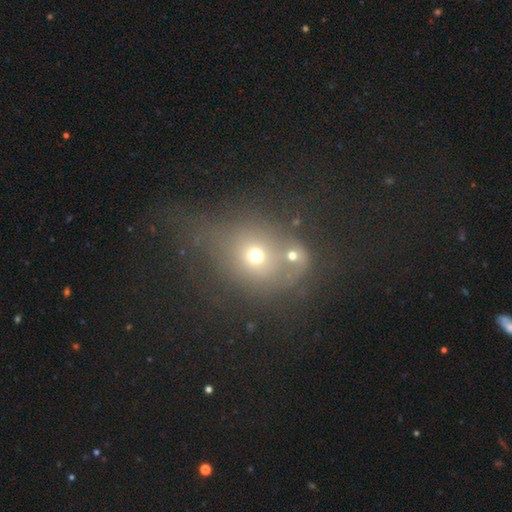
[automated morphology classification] Smooth or featured?
  - smooth: 61% *
  - featured or disk: 20%
  - star or artifact: 19%
How rounded?
  - round: 68% *
  - in between: 30%
  - cigar-shaped: 1%
Merging?
  - none: 41% *
  - merger: 30%
  - major disturbance: 15%
  - minor disturbance: 14%